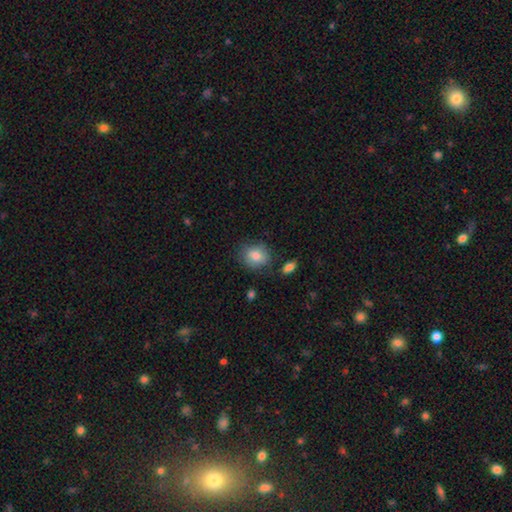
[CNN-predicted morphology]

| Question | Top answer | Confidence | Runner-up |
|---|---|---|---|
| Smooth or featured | smooth | 83% | featured or disk (9%) |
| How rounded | round | 67% | in between (32%) |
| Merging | none | 75% | minor disturbance (17%) |